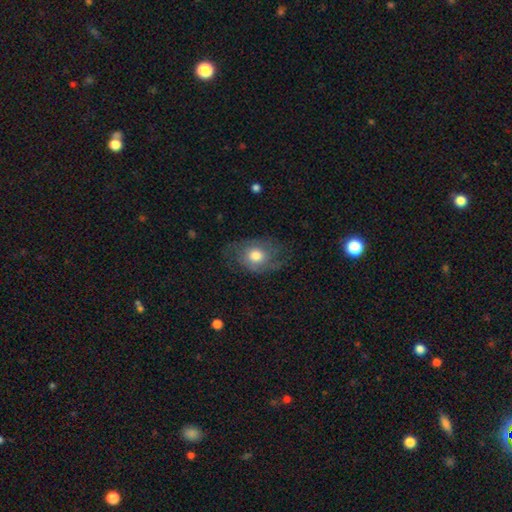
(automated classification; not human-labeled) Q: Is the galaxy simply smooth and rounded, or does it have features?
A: featured or disk — 50%.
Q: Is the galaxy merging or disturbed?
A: none — 62%.